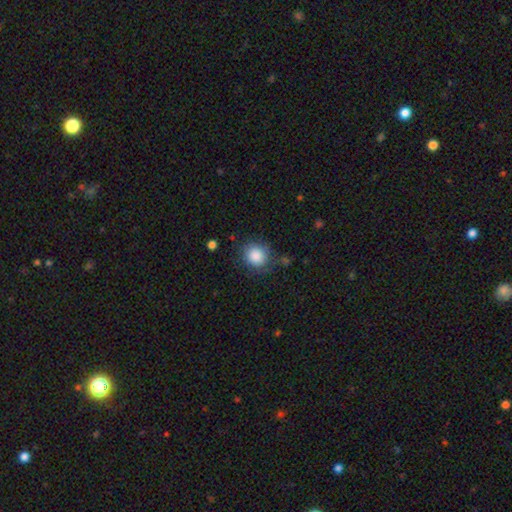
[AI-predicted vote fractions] A smooth galaxy with no disk features (86%) that is round (86%). Merging: none (75%).